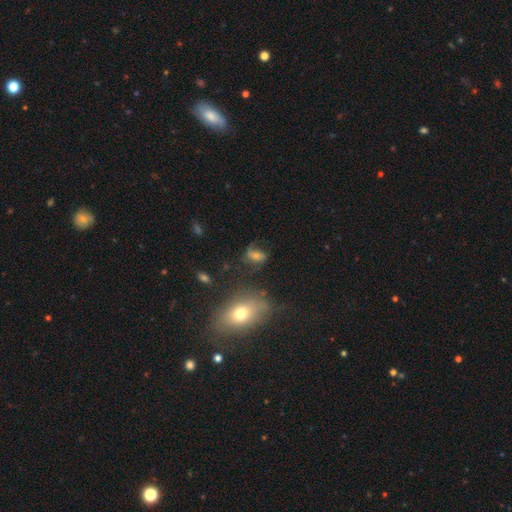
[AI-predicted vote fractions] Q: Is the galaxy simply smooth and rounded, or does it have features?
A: smooth — 44%.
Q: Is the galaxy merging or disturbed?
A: none — 56%.